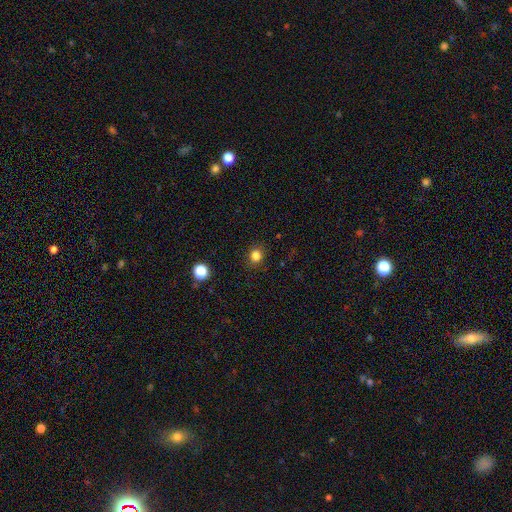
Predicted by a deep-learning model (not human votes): This appears to be a smooth galaxy with no disk features (82%) that is round (82%). Merging: none (88%).